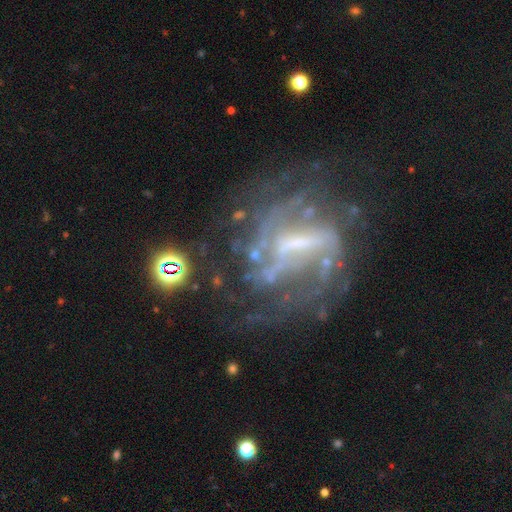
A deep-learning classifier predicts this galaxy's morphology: Smooth or featured?
  - featured or disk: 80% *
  - star or artifact: 12%
  - smooth: 8%
Edge-on disk?
  - no: 96% *
  - yes: 4%
Bar?
  - strong: 48% *
  - weak: 35%
  - no: 16%
Spiral arms?
  - yes: 79% *
  - no: 21%
Spiral winding?
  - medium: 40% *
  - loose: 32%
  - tight: 27%
Spiral arm count?
  - can't tell: 37% *
  - 2: 30%
  - 3: 12%
  - 1: 8%
  - 4: 7%
  - more than 4: 6%
Bulge size?
  - small: 41% *
  - none: 30%
  - moderate: 24%
  - large: 4%
  - dominant: 1%
Merging?
  - none: 47% *
  - major disturbance: 30%
  - minor disturbance: 17%
  - merger: 6%